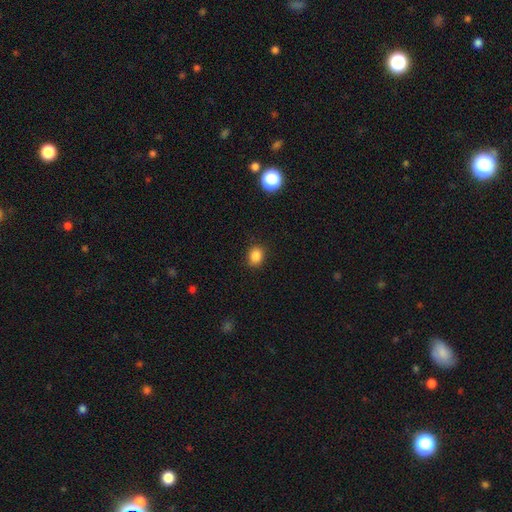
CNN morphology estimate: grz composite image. It shows a smooth galaxy with no disk features (86%) that is round (52%). Merging: none (88%).